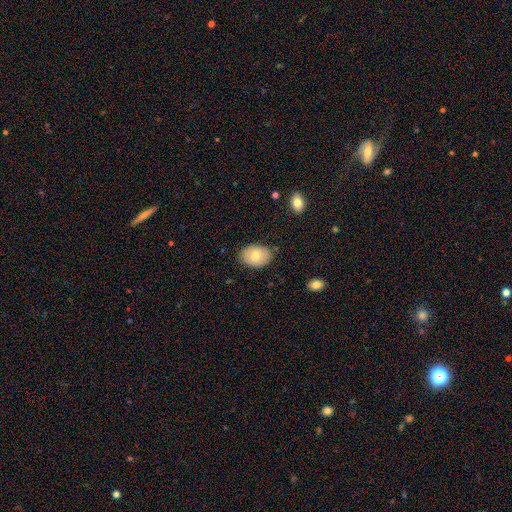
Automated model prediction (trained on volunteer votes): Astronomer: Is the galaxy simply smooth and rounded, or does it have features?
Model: smooth — 74%.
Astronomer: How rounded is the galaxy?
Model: in between — 77%.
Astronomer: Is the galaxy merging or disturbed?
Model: none — 82%.